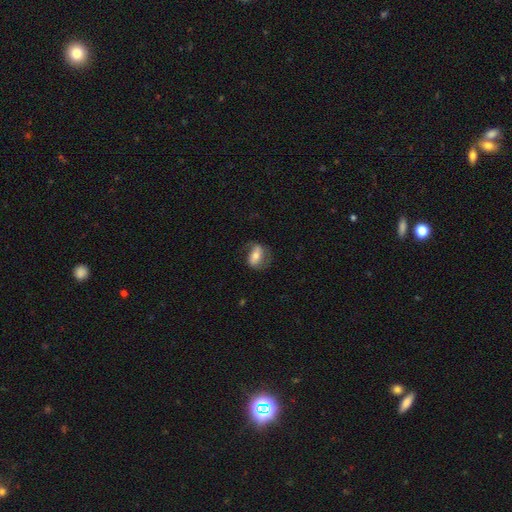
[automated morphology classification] Overall: featured or disk (47%; smooth 45%). Merging: none (60%; minor disturbance 22%).